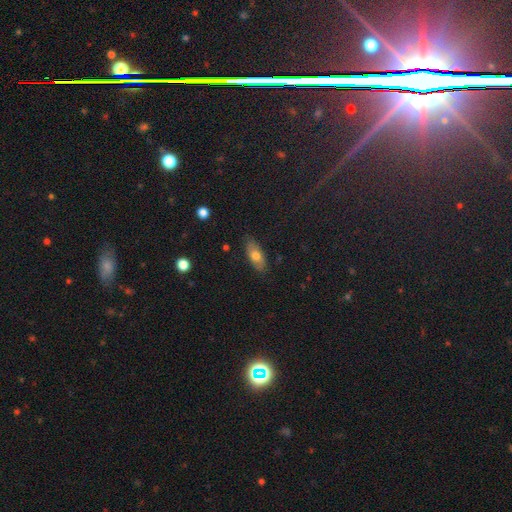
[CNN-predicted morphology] smooth-or-featured: smooth: 69% | featured or disk: 23% | star or artifact: 8%
  how-rounded: in between: 82% | cigar-shaped: 14% | round: 4%
  merging: none: 83% | minor disturbance: 14% | major disturbance: 3% | merger: 1%